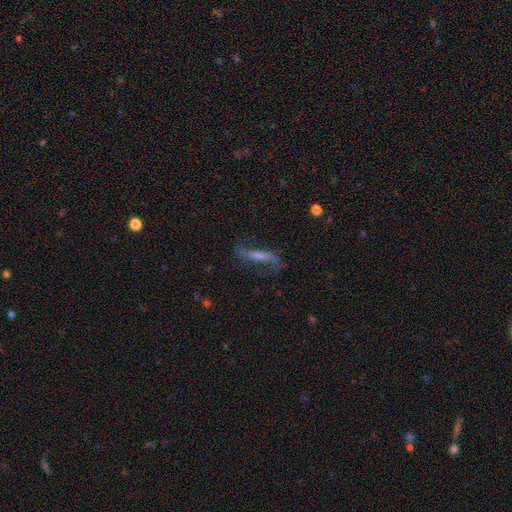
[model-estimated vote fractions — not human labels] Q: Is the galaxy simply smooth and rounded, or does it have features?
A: featured or disk — 68%.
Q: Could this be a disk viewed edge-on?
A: no — 63%.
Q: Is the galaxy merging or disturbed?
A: none — 65%.